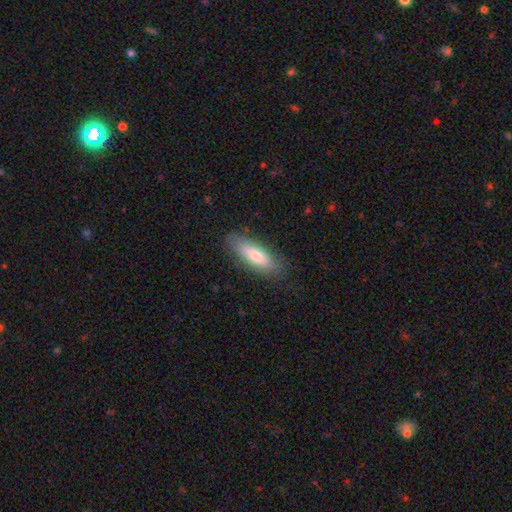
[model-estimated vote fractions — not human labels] Smooth or featured: smooth — 73% (featured or disk — 21%)
How rounded: in between — 54% (cigar-shaped — 45%)
Merging: none — 83% (minor disturbance — 13%)